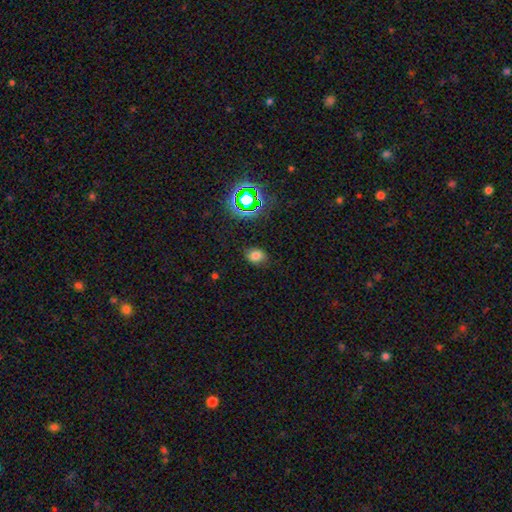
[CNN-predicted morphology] Q: Smooth or featured?
A: smooth (72%); runner-up: star or artifact (19%)
Q: How rounded?
A: in between (64%); runner-up: round (35%)
Q: Merging?
A: none (82%); runner-up: minor disturbance (13%)